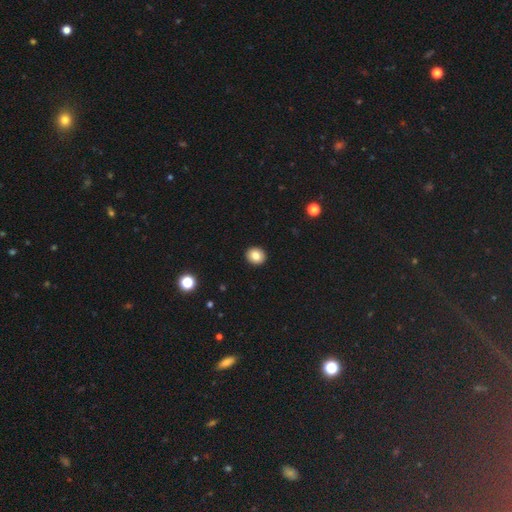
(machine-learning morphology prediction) Smooth or featured: smooth — 83% (star or artifact — 10%)
How rounded: round — 76% (in between — 23%)
Merging: none — 93% (minor disturbance — 5%)